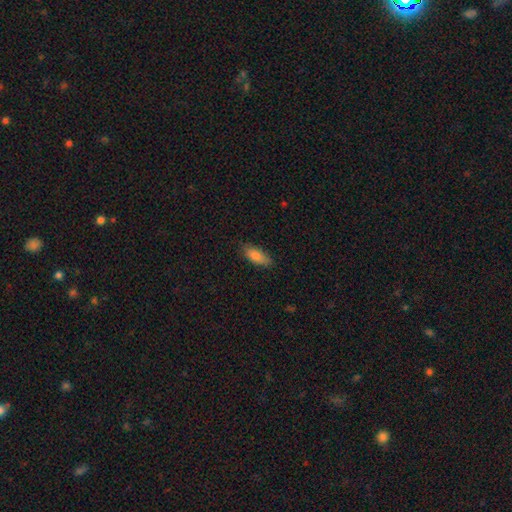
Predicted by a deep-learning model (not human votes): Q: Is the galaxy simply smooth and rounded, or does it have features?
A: smooth — 83%.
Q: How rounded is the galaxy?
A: in between — 83%.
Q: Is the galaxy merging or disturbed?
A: none — 80%.